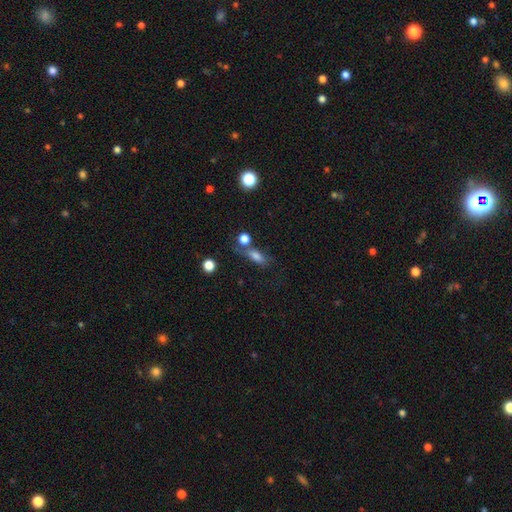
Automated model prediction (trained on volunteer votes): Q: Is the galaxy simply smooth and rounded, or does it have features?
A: smooth — 69%.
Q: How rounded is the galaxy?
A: in between — 61%.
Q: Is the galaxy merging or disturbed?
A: none — 52%.